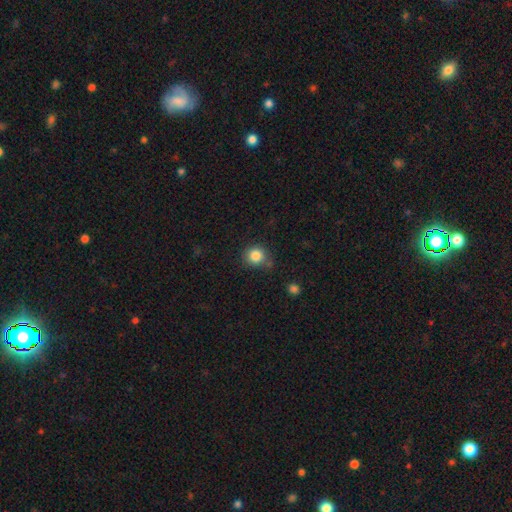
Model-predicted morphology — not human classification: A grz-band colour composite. It shows a smooth galaxy with no disk features (84%) that is round (90%). Merging: none (77%).